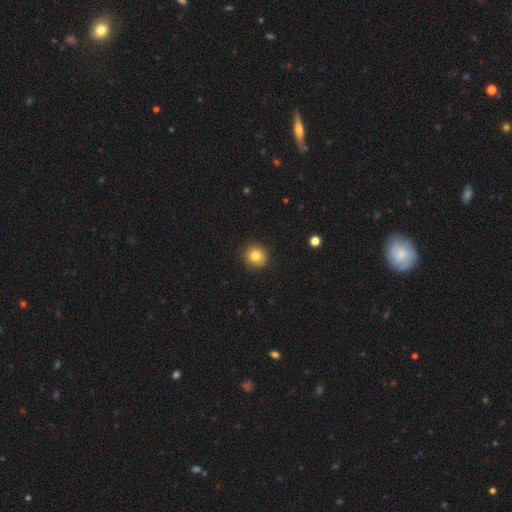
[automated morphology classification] type=smooth (82%); roundness=round (91%); merging=none (92%).